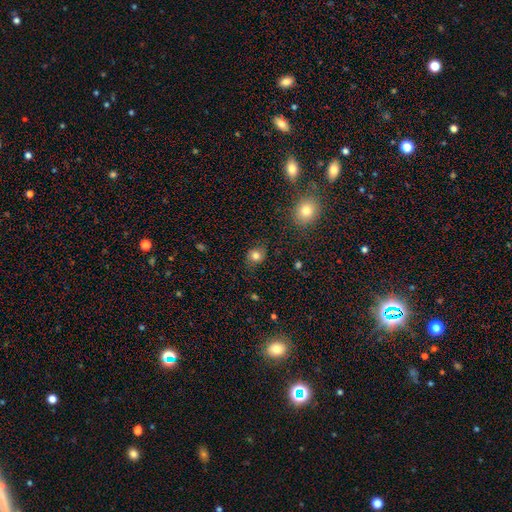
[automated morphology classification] Smooth or featured? Predicted: smooth (p=0.80). How rounded? Predicted: round (p=0.65). Merging? Predicted: none (p=0.78).